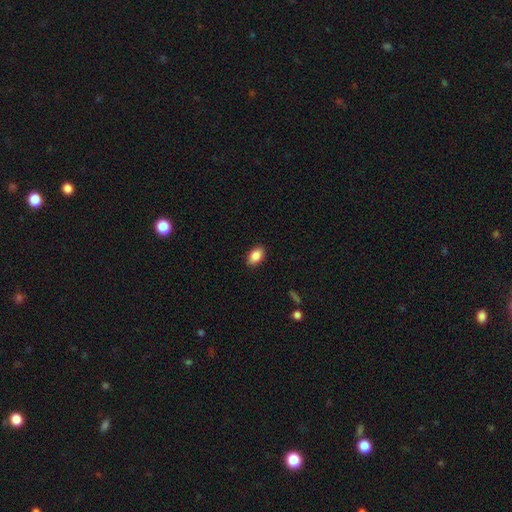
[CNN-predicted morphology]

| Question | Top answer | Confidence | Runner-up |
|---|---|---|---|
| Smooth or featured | smooth | 87% | star or artifact (8%) |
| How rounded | in between | 89% | round (9%) |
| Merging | none | 88% | minor disturbance (9%) |